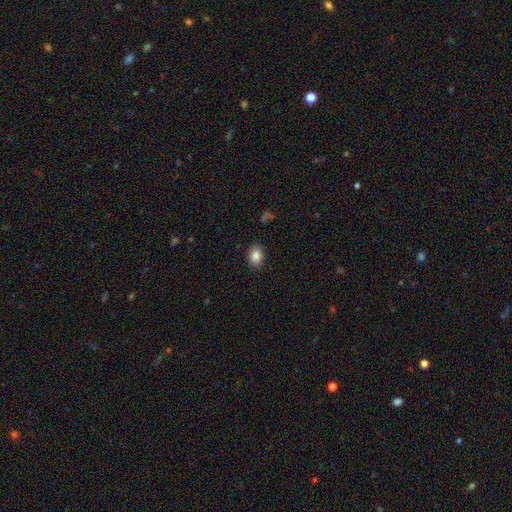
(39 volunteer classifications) smooth-or-featured: smooth: 90% | star or artifact: 10% | featured or disk: 0%
  how-rounded: in between: 74% | round: 26% | cigar-shaped: 0%
  merging: none: 91% | minor disturbance: 6% | major disturbance: 3% | merger: 0%